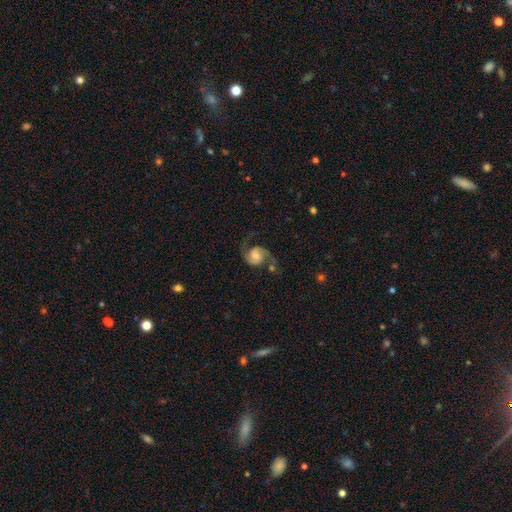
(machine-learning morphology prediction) A featured or disk galaxy (85%) with no bar (54%), 2 (93%) medium (46%) spiral arms (97%) and a moderate central bulge (38%). Merging: none (66%).